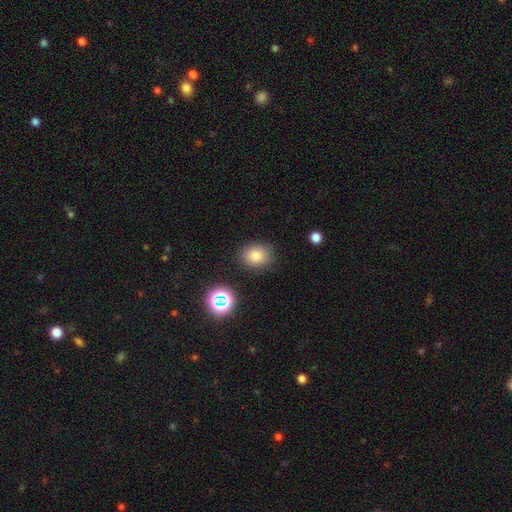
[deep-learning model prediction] The model was most divided on "how rounded": round: 60%, in between: 39%, cigar-shaped: 1%. More confident: merging — none (85%); smooth or featured — smooth (80%).